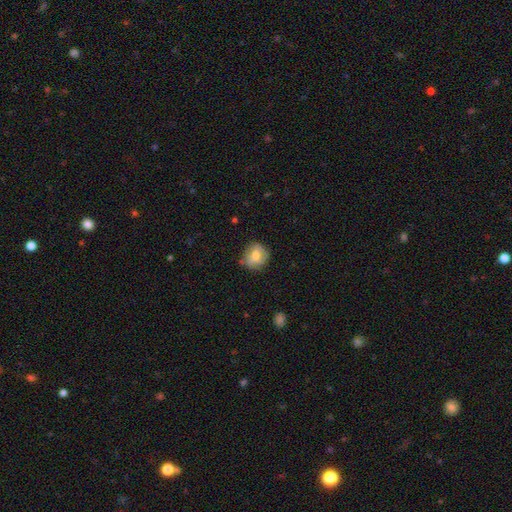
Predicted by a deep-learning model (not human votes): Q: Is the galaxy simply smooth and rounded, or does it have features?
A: smooth — 71%.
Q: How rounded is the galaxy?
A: round — 79%.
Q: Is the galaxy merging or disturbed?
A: none — 73%.